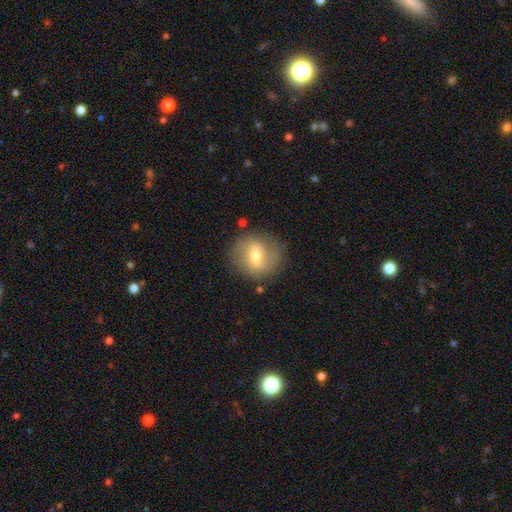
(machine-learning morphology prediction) Overall: smooth (48%; featured or disk 44%). Merging: none (80%).